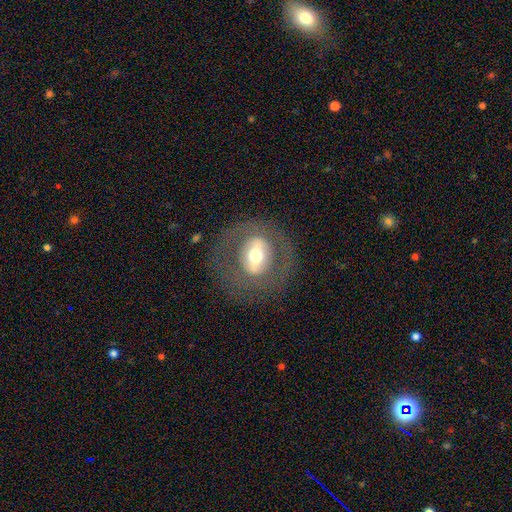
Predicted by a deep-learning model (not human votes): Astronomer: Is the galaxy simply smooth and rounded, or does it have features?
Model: featured or disk — 62%.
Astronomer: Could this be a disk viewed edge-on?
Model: no — 89%.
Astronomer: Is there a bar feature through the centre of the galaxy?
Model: strong — 50% (runner-up: weak, 27%).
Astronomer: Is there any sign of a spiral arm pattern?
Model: no — 81%.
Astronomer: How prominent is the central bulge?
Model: moderate — 63%.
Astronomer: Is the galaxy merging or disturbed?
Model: none — 77%.